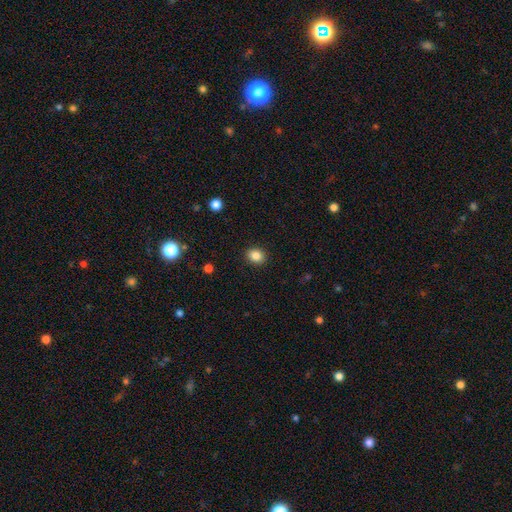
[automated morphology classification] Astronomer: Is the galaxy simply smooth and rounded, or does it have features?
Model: smooth — 85%.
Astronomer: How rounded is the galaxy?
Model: round — 60% (runner-up: in between, 39%).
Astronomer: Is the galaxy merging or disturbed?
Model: none — 90%.